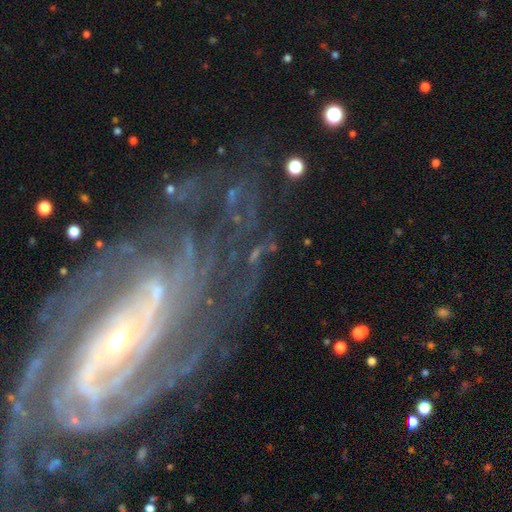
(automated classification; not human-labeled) Overall: featured or disk (69%). Edge-on disk: no (93%). Bar: no (38%; weak 34%). Spiral arms: yes (92%). Spiral arm count: can't tell (30%; 3 17%). Spiral winding: tight (62%; medium 29%). Bulge size: small (64%). Merging: none (67%).